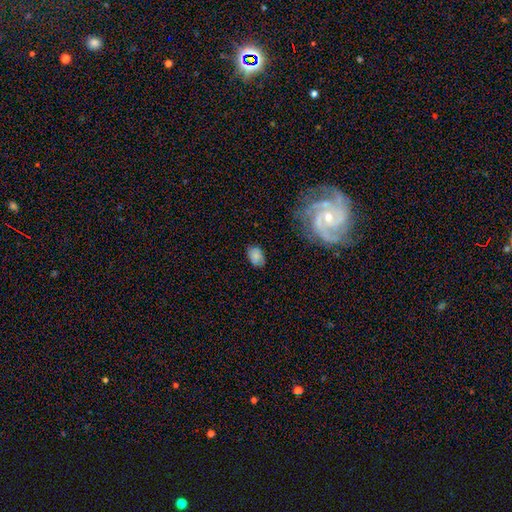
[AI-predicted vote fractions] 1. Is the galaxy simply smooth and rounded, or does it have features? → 76% smooth, 14% featured or disk, 9% star or artifact.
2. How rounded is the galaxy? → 82% in between, 17% round, 1% cigar-shaped.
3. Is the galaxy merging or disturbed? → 77% none, 17% minor disturbance, 4% major disturbance, 2% merger.